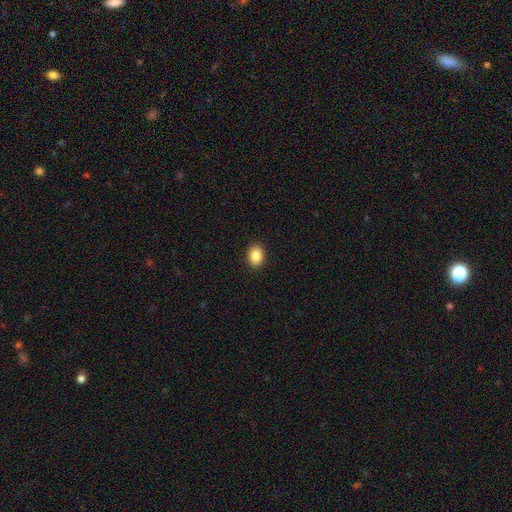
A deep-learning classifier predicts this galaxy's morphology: A smooth galaxy with no disk features (87%) that is in between round and cigar-shaped (62%). Merging: none (91%).